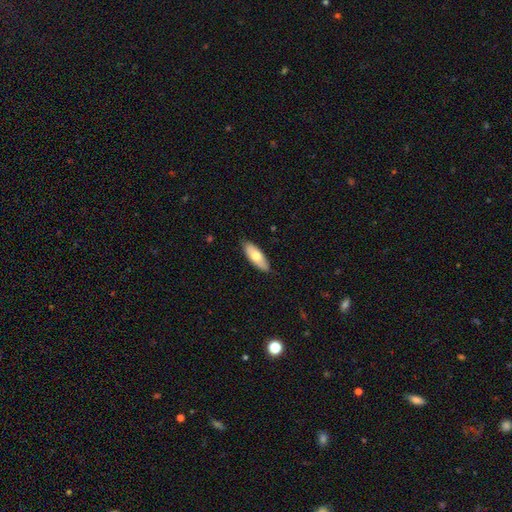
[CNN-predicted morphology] Overall: smooth (70%). How rounded: in between (72%). Merging: none (86%).